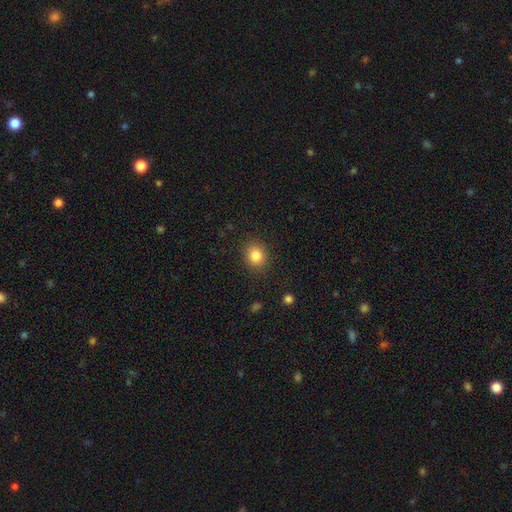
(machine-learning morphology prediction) smooth_or_featured: smooth (p=0.83) [alt: star or artifact p=0.10]
how_rounded: round (p=0.69) [alt: in between p=0.30]
merging: none (p=0.87) [alt: minor disturbance p=0.09]